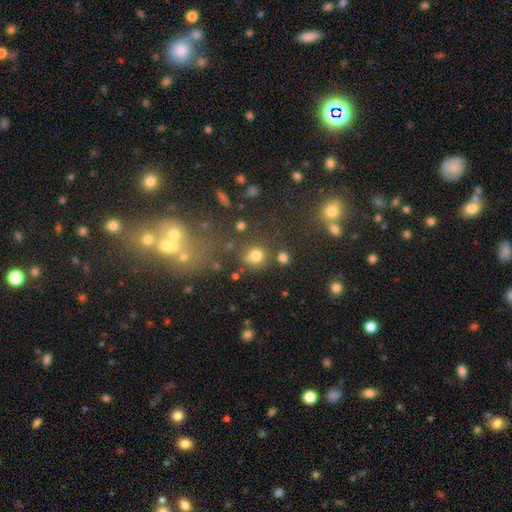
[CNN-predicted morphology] Smooth or featured? Predicted: smooth (p=0.75). How rounded? Predicted: round (p=0.84). Merging? Predicted: none (p=0.69).